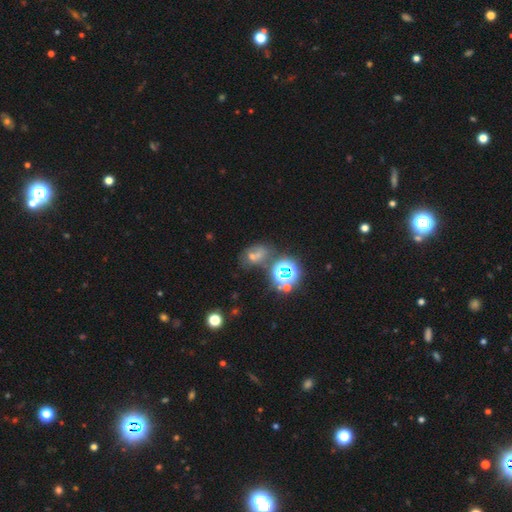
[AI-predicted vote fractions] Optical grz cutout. It shows a smooth galaxy with no disk features (44%). Merging: merger (39%).